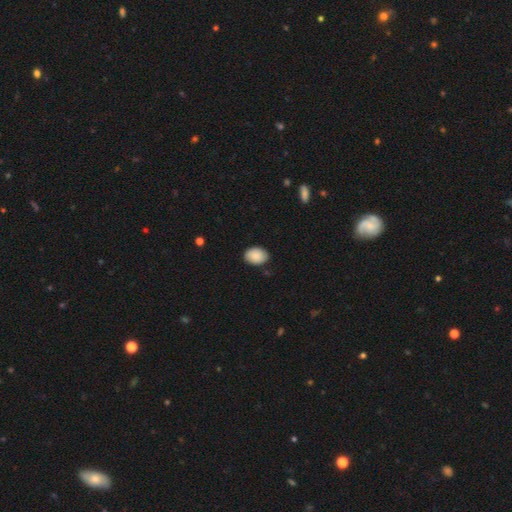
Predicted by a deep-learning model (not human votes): Overall: smooth (89%). How rounded: in between (76%). Merging: none (85%).